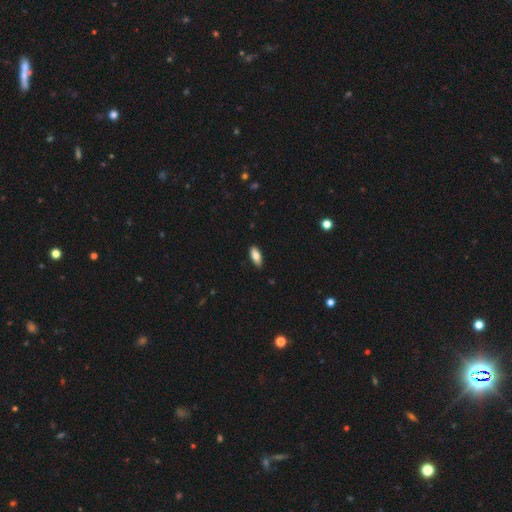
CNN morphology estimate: A smooth galaxy with no disk features (81%) that is in between round and cigar-shaped (84%). Merging: none (84%).